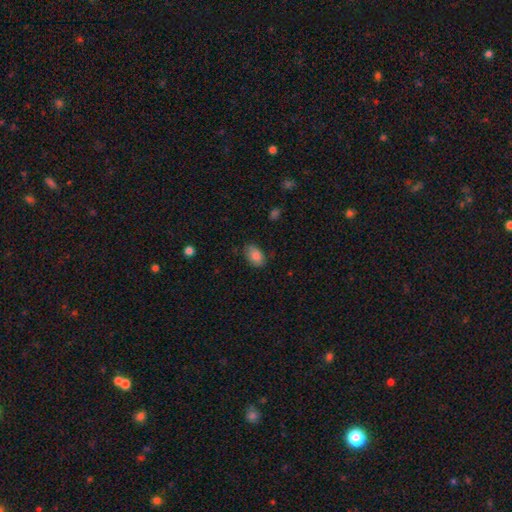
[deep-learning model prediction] Q: Smooth or featured?
A: smooth (85%); runner-up: featured or disk (8%)
Q: How rounded?
A: in between (87%); runner-up: round (12%)
Q: Merging?
A: none (78%); runner-up: minor disturbance (17%)